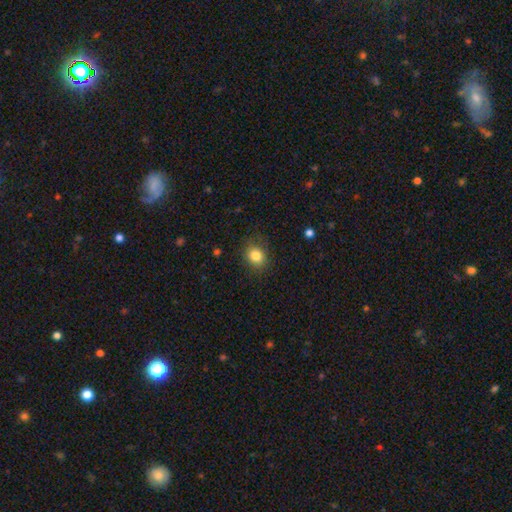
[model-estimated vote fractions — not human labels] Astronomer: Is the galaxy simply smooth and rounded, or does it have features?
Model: smooth — 83%.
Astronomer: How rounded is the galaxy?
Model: round — 64%.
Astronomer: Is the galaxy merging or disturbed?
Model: none — 84%.